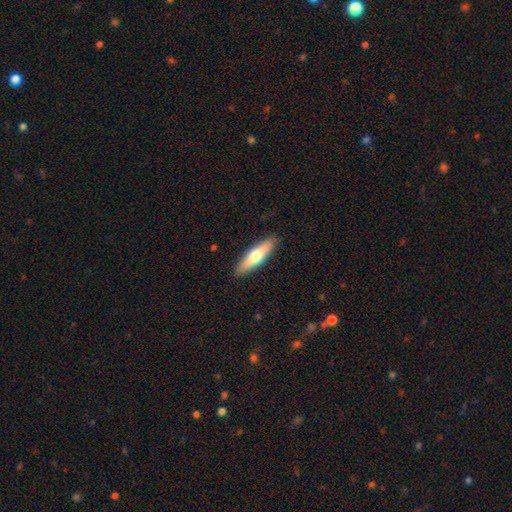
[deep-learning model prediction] smooth_or_featured: smooth (p=0.60) [alt: featured or disk p=0.35]
how_rounded: cigar-shaped (p=0.69) [alt: in between p=0.29]
merging: none (p=0.89) [alt: minor disturbance p=0.08]